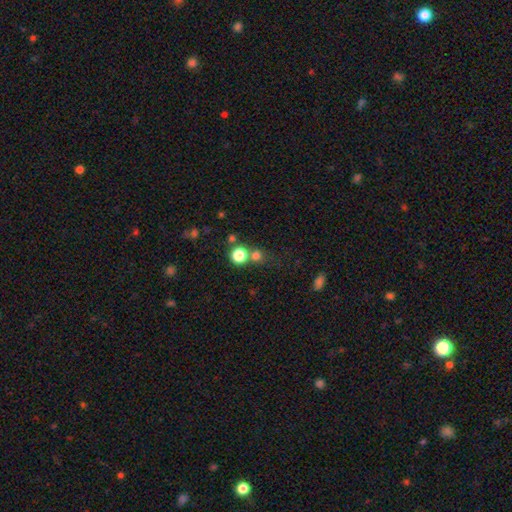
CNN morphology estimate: Q: Smooth or featured?
A: smooth (74%); runner-up: star or artifact (19%)
Q: How rounded?
A: round (88%); runner-up: in between (11%)
Q: Merging?
A: none (59%); runner-up: merger (29%)